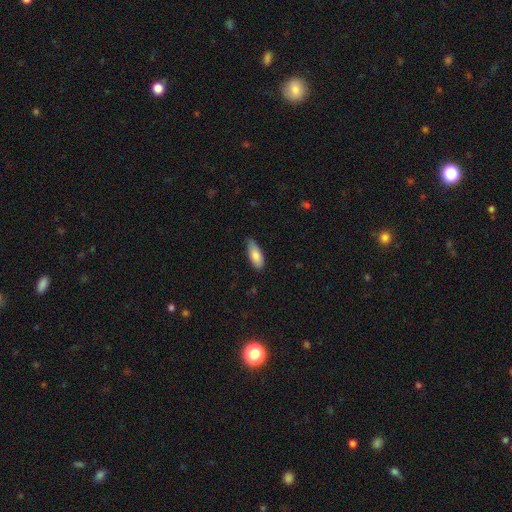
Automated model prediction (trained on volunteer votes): smooth_or_featured: smooth (p=0.82) [alt: featured or disk p=0.11]
how_rounded: in between (p=0.77) [alt: cigar-shaped p=0.21]
merging: none (p=0.72) [alt: minor disturbance p=0.24]